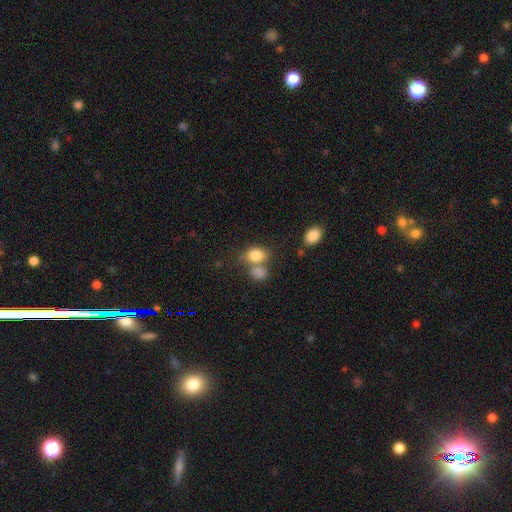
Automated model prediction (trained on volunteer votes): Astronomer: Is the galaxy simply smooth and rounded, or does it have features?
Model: smooth — 81%.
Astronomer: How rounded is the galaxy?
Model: in between — 60% (runner-up: round, 39%).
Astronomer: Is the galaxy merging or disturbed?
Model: none — 45% (runner-up: merger, 37%).